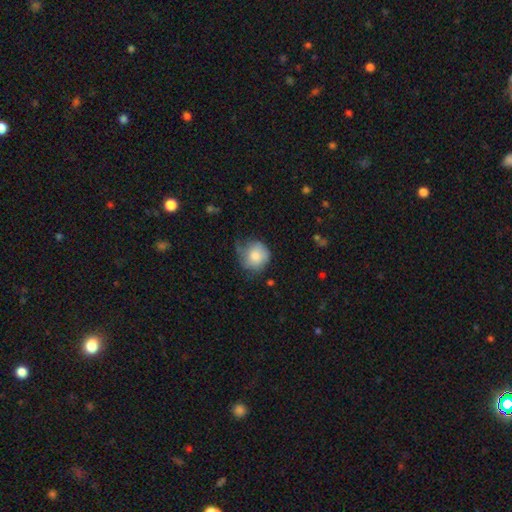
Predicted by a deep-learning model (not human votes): Overall: smooth (77%). How rounded: round (85%). Merging: none (49%; minor disturbance 35%).